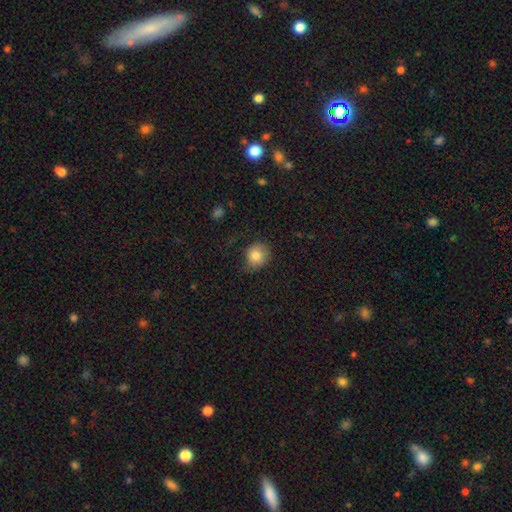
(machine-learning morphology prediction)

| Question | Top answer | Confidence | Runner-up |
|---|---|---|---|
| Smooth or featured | smooth | 83% | star or artifact (9%) |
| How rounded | round | 75% | in between (25%) |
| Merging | none | 66% | minor disturbance (25%) |